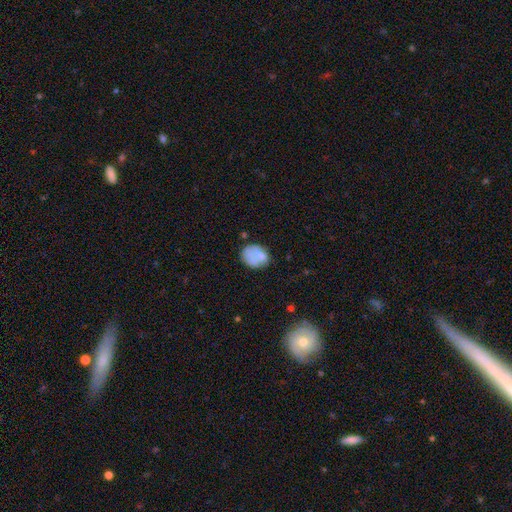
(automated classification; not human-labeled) Overall: smooth (71%). How rounded: round (58%; in between 41%). Merging: none (54%; minor disturbance 24%).